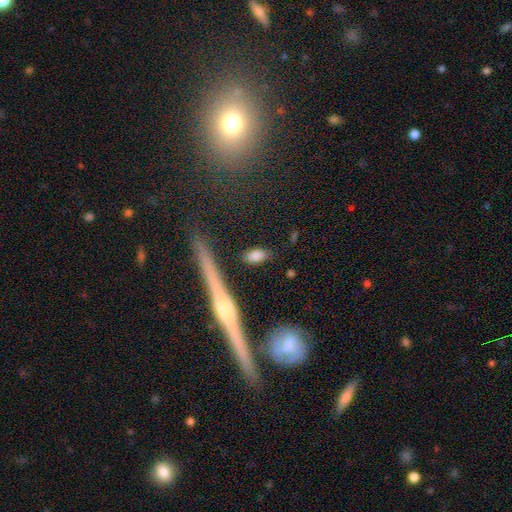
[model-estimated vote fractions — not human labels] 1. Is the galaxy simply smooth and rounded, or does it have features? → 82% smooth, 10% featured or disk, 8% star or artifact.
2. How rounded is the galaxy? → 85% in between, 9% cigar-shaped, 6% round.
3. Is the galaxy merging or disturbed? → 84% none, 10% minor disturbance, 3% major disturbance, 3% merger.